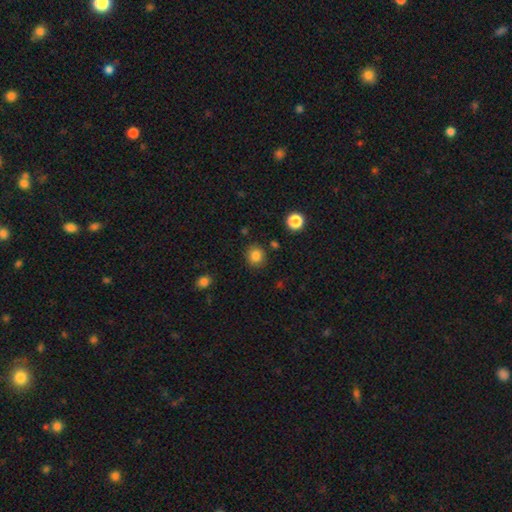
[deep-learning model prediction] Overall: smooth (83%). How rounded: round (87%). Merging: none (87%).